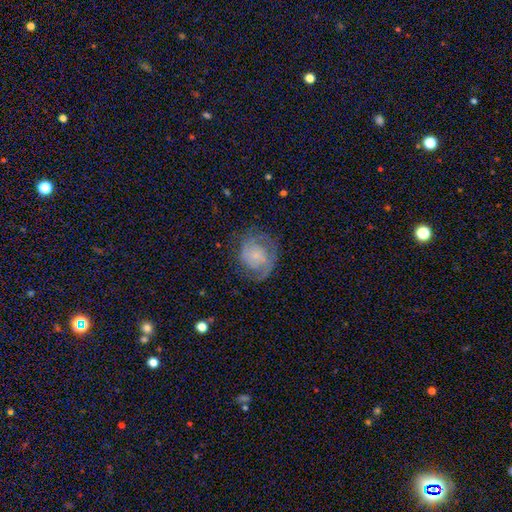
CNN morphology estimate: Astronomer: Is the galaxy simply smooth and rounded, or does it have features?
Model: featured or disk — 70%.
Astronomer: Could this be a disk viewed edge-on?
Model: no — 98%.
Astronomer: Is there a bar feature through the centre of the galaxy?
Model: no — 69%.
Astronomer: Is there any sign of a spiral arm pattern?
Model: yes — 90%.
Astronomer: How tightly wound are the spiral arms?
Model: tight — 46% (runner-up: medium, 40%).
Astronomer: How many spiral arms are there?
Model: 2 — 53%.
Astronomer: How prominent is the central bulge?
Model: small — 49% (runner-up: none, 25%).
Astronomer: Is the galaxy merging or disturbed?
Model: none — 65%.